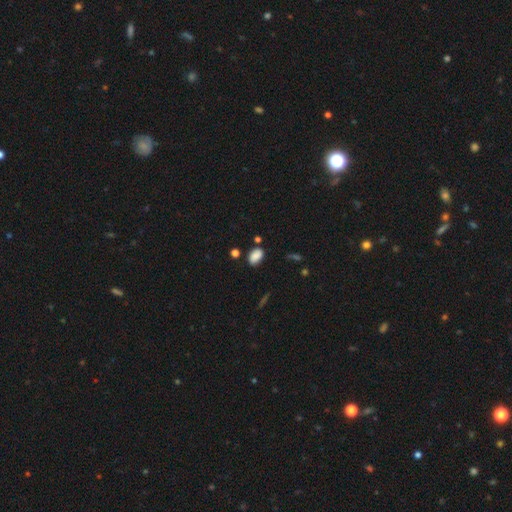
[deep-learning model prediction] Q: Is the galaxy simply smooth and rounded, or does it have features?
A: smooth — 84%.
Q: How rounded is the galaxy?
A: in between — 87%.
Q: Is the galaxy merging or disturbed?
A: none — 74%.